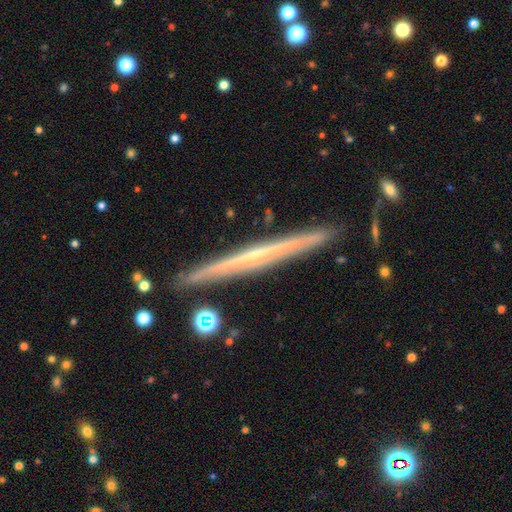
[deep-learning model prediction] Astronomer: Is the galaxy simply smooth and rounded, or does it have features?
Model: featured or disk — 74%.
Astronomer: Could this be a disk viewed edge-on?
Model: yes — 97%.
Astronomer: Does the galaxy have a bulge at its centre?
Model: none — 73%.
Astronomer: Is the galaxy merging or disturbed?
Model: none — 89%.